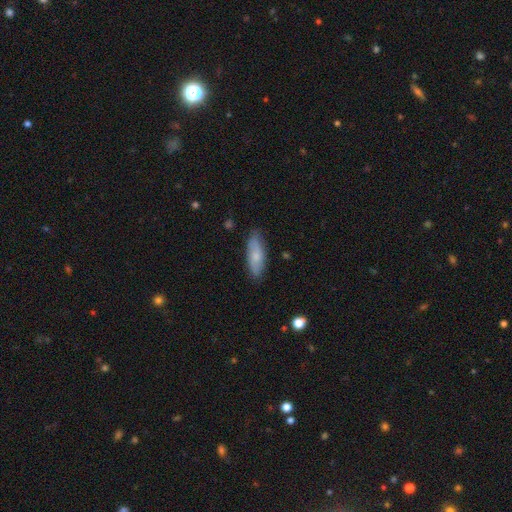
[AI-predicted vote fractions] Smooth or featured? smooth (71%)
How rounded? in between (60%)
Merging? none (82%)